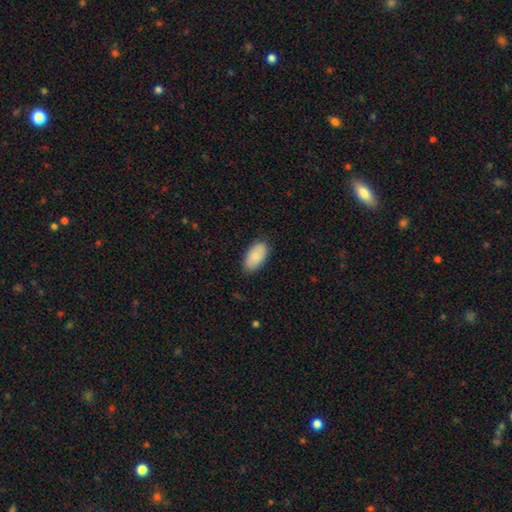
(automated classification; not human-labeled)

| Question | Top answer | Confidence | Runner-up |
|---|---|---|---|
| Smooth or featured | smooth | 86% | featured or disk (8%) |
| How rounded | in between | 95% | round (3%) |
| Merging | none | 83% | minor disturbance (14%) |